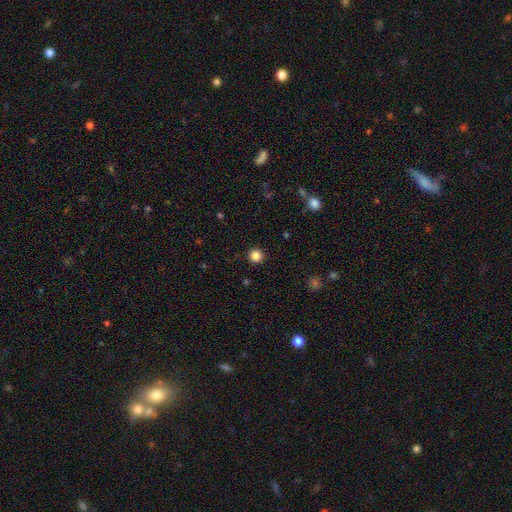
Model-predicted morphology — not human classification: type=smooth (85%); roundness=round (96%); merging=none (93%).